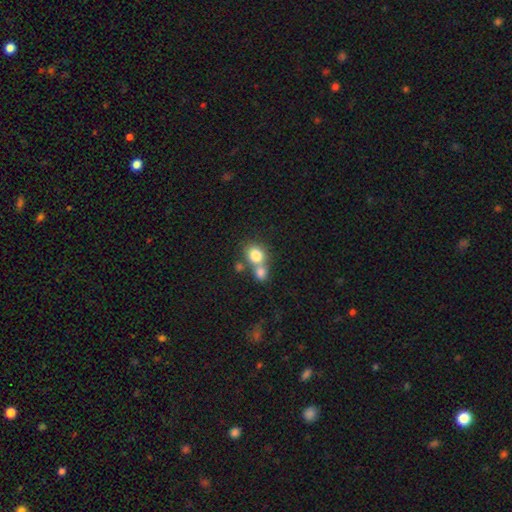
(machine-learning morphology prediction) This is likely a smooth galaxy (79%). How rounded: likely round (69%). Merging: possibly merger (49%).